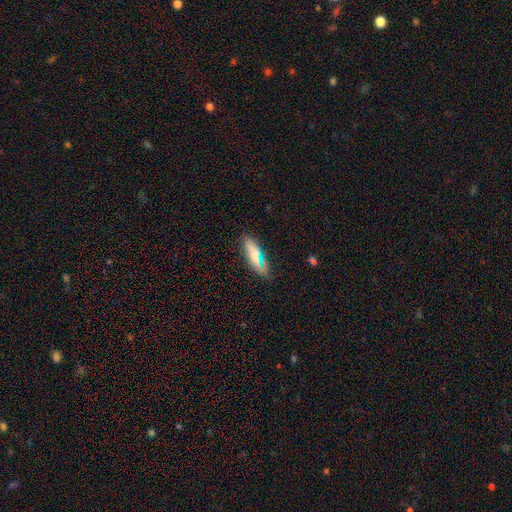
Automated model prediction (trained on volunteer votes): Smooth or featured: smooth — 66% (featured or disk — 25%)
How rounded: cigar-shaped — 52% (in between — 46%)
Merging: none — 78% (minor disturbance — 16%)